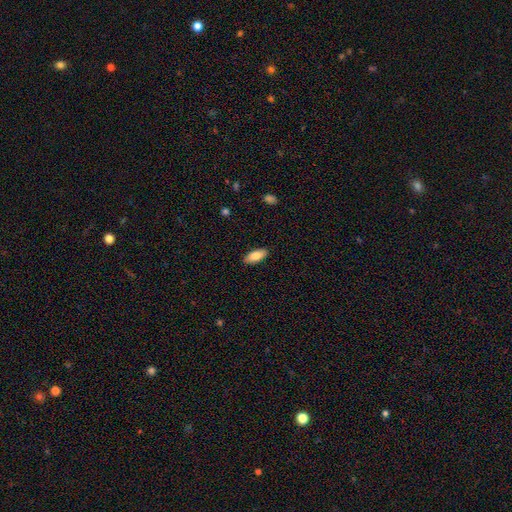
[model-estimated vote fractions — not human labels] Overall: smooth (82%). How rounded: in between (81%). Merging: none (89%).